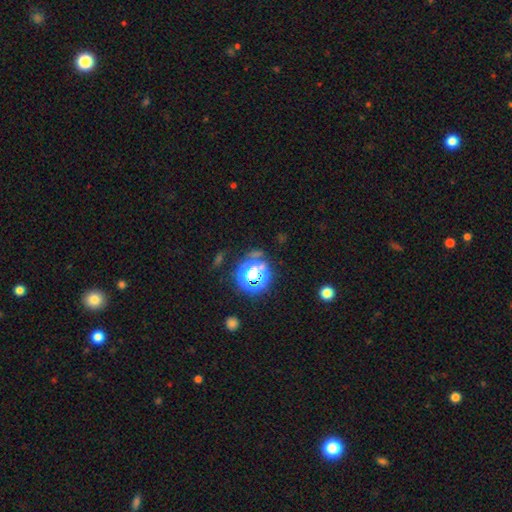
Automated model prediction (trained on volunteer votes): This appears to be a star or artifact, not a galaxy (69%).